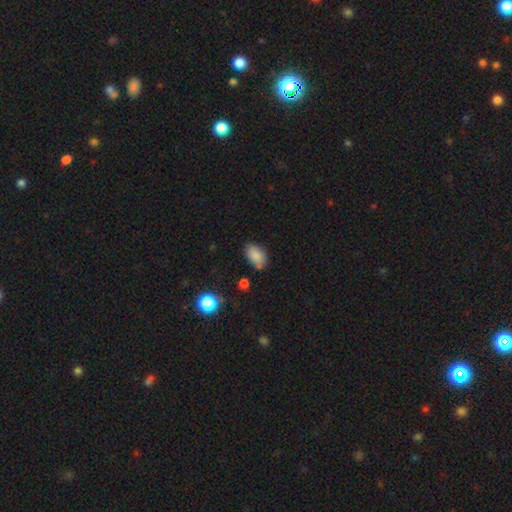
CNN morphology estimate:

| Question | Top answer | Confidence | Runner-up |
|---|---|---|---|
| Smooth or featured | smooth | 85% | star or artifact (9%) |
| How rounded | in between | 91% | round (8%) |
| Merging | none | 75% | minor disturbance (17%) |